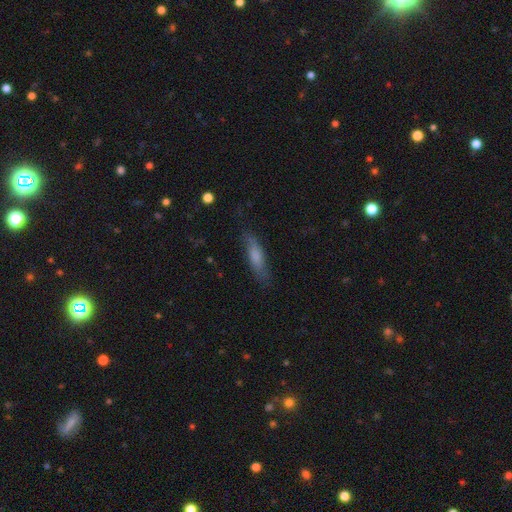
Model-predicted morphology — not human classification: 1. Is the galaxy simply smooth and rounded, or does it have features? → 68% smooth, 24% featured or disk, 8% star or artifact.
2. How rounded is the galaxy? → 66% cigar-shaped, 32% in between, 2% round.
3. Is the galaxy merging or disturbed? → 73% none, 20% minor disturbance, 6% major disturbance, 2% merger.